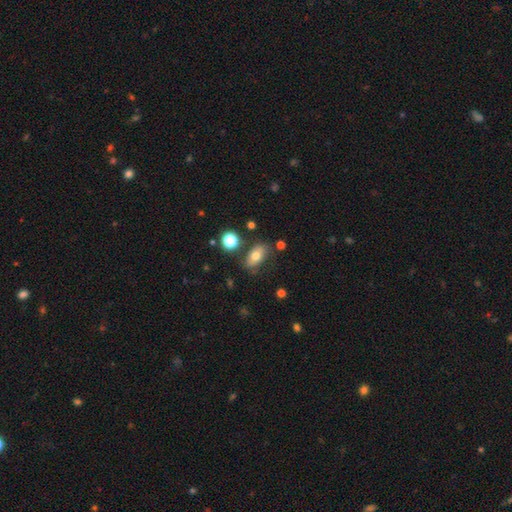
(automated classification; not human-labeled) This appears to be a smooth galaxy with no disk features (68%) that is in between round and cigar-shaped (85%). Merging: none (73%).